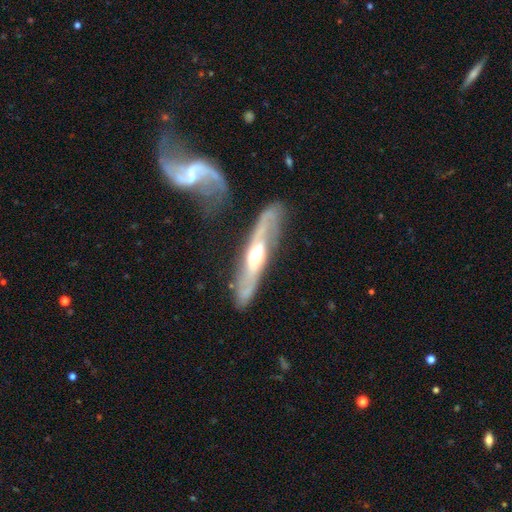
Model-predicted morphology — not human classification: Smooth or featured: featured or disk — 76% (smooth — 18%)
Edge-on disk: no — 54% (yes — 46%)
Merging: none — 74% (minor disturbance — 16%)